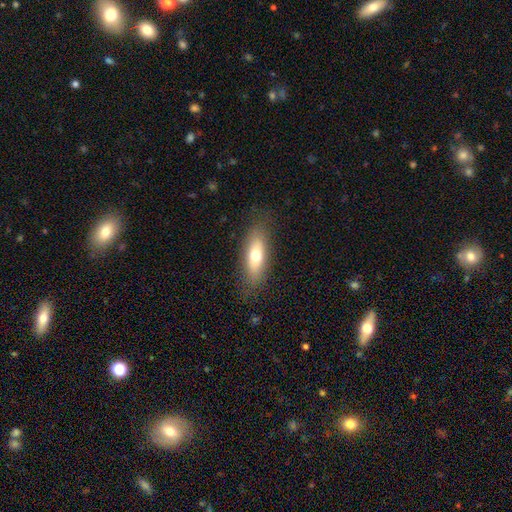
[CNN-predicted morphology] A smooth galaxy with no disk features (66%) that is in between round and cigar-shaped (62%).

Vote fractions:
- Smooth or featured? smooth: 66% / featured or disk: 27% / star or artifact: 7%
- How rounded? in between: 62% / cigar-shaped: 35% / round: 3%
- Merging? none: 82% / minor disturbance: 13% / major disturbance: 4% / merger: 1%